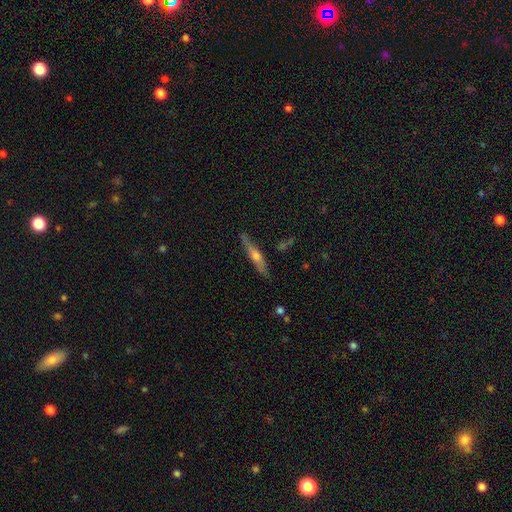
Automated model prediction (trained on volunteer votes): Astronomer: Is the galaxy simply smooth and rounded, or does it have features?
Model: featured or disk — 59% (runner-up: smooth, 35%).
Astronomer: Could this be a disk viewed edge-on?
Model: yes — 93%.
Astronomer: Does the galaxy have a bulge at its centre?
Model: rounded — 87%.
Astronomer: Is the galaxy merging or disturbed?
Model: none — 83%.